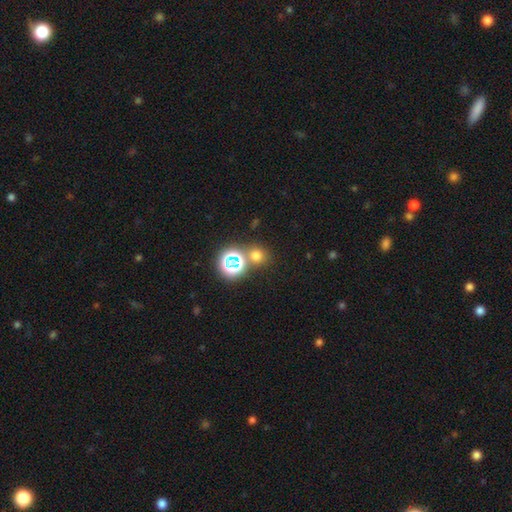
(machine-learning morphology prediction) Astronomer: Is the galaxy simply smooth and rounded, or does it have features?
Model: smooth — 63%.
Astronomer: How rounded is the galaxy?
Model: round — 84%.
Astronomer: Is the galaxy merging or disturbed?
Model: none — 71%.